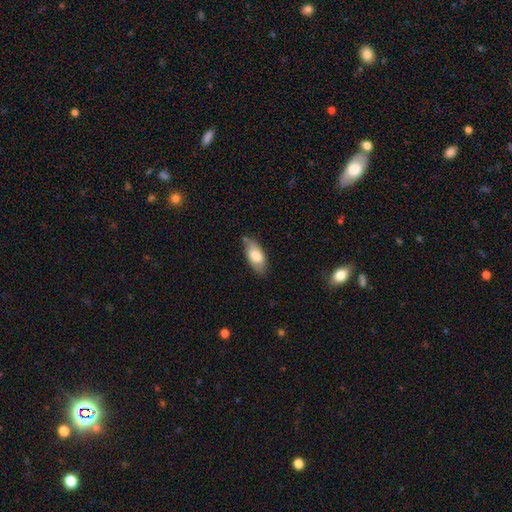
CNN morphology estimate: This appears to be a smooth galaxy with no disk features (75%) that is in between round and cigar-shaped (88%). Merging: none (75%).